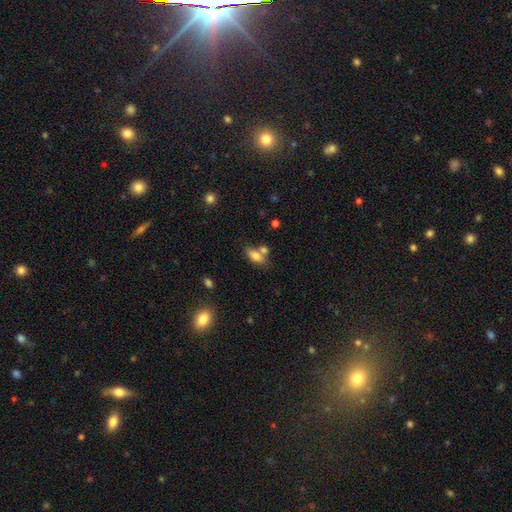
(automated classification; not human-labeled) Smooth or featured: smooth — 76% (featured or disk — 15%)
How rounded: in between — 83% (cigar-shaped — 11%)
Merging: none — 47% (merger — 33%)